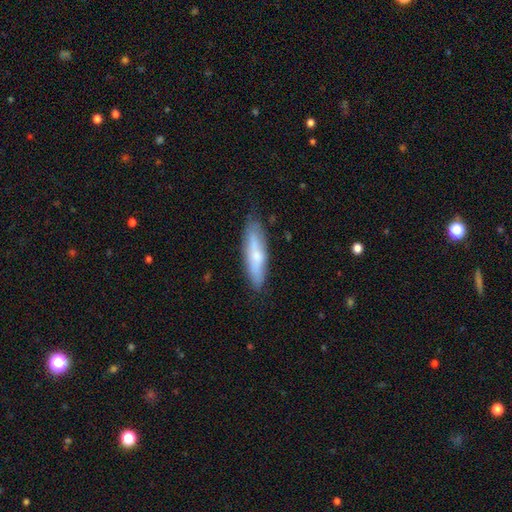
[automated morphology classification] Q: Smooth or featured?
A: smooth (60%); runner-up: featured or disk (34%)
Q: How rounded?
A: cigar-shaped (72%); runner-up: in between (27%)
Q: Merging?
A: none (79%); runner-up: minor disturbance (16%)